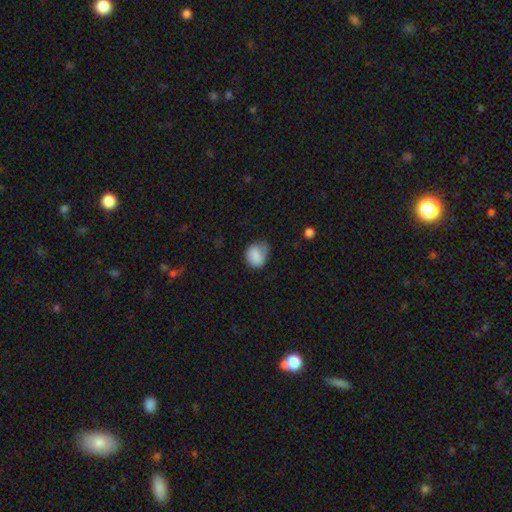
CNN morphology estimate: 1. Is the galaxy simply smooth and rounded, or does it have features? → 79% smooth, 14% featured or disk, 8% star or artifact.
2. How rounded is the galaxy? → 62% round, 37% in between, 1% cigar-shaped.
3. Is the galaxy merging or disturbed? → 44% none, 37% minor disturbance, 17% major disturbance, 2% merger.